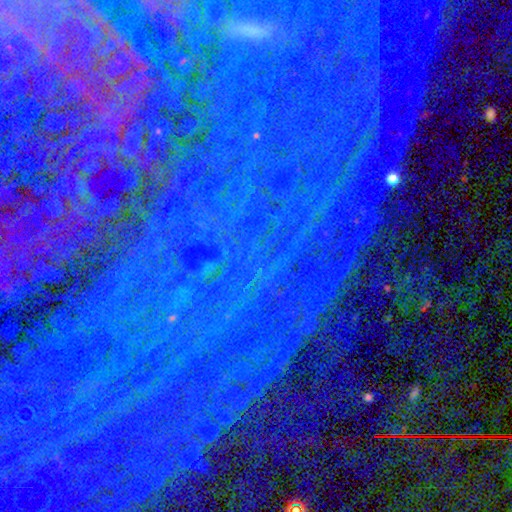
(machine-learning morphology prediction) Q: Smooth or featured?
A: star or artifact (85%); runner-up: featured or disk (8%)